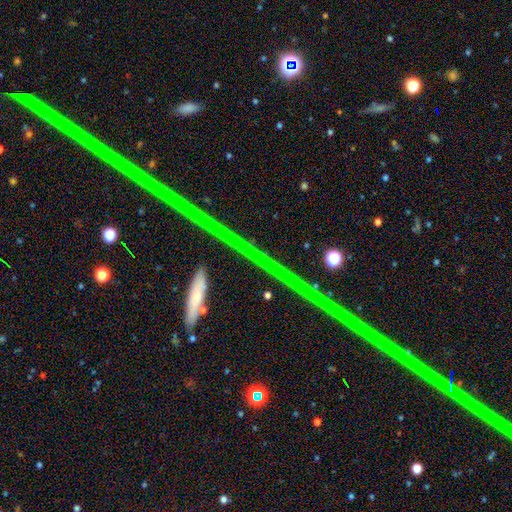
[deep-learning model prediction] A star or artifact, not a galaxy (78%).